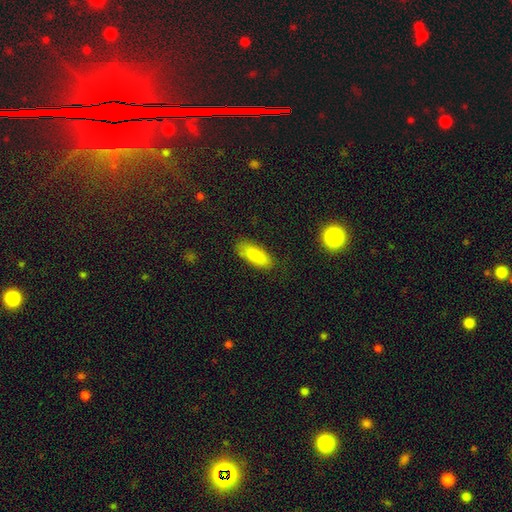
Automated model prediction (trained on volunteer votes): Overall: smooth (85%). How rounded: in between (75%). Merging: none (74%).